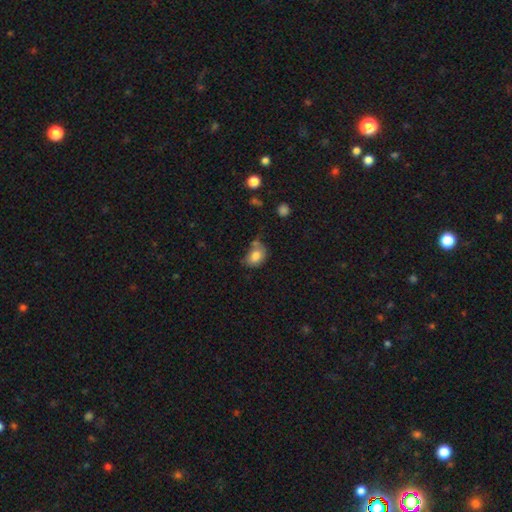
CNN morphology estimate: Smooth or featured?
  - smooth: 81% *
  - featured or disk: 10%
  - star or artifact: 9%
How rounded?
  - in between: 64% *
  - round: 35%
  - cigar-shaped: 1%
Merging?
  - none: 45% *
  - minor disturbance: 28%
  - merger: 17%
  - major disturbance: 10%